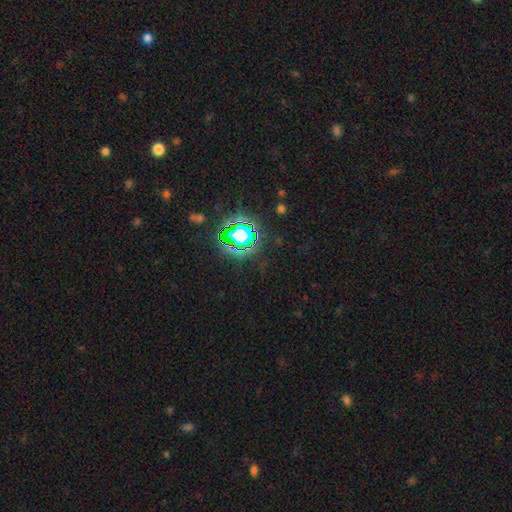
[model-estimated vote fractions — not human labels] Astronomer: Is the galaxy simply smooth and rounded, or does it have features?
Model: star or artifact — 81%.